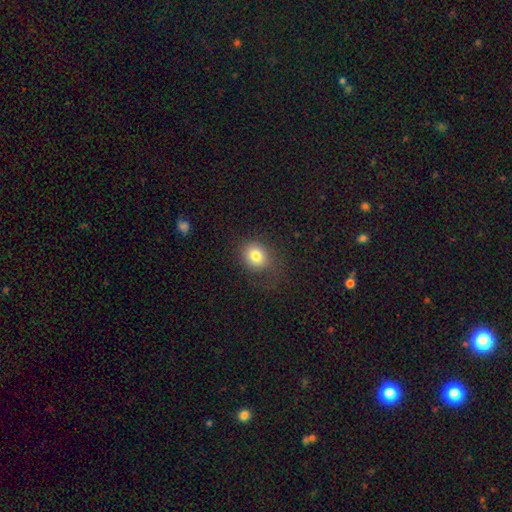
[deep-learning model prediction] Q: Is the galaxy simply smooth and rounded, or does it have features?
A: smooth — 79%.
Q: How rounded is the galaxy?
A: round — 69%.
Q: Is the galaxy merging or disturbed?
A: none — 72%.